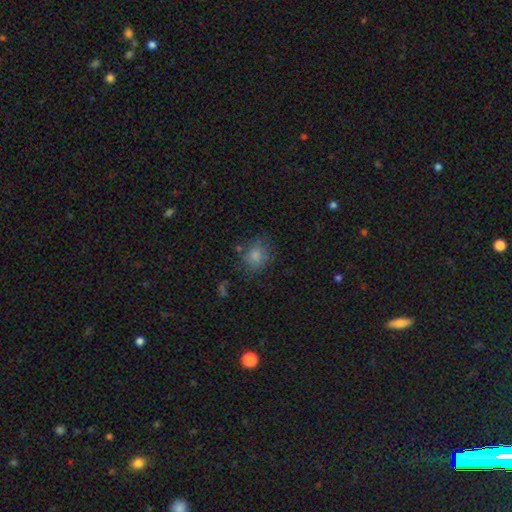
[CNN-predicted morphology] Overall: smooth (80%). How rounded: round (73%). Merging: none (67%).